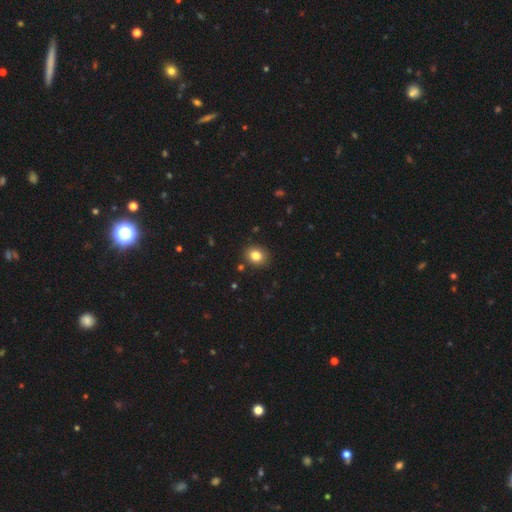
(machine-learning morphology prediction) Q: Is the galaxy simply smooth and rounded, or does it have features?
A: smooth — 83%.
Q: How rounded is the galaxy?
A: round — 56%.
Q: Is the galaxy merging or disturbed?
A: none — 88%.